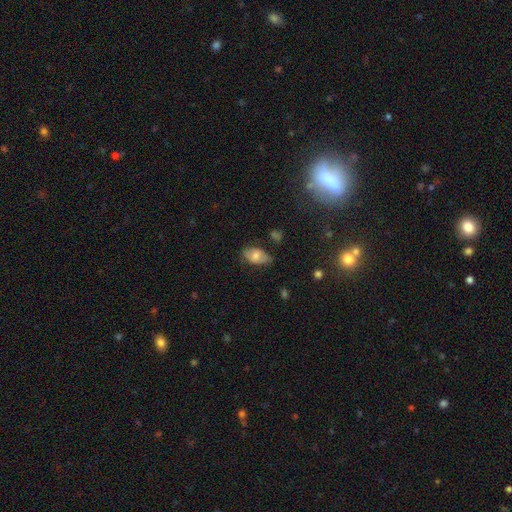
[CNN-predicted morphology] Smooth or featured: smooth — 66% (featured or disk — 26%)
How rounded: in between — 91% (round — 7%)
Merging: none — 63% (minor disturbance — 27%)